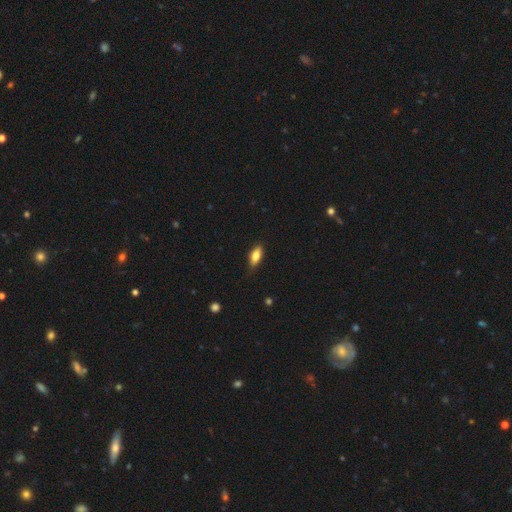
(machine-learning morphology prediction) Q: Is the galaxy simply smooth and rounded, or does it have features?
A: smooth — 80%.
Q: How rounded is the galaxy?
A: in between — 80%.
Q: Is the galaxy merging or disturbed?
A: none — 82%.